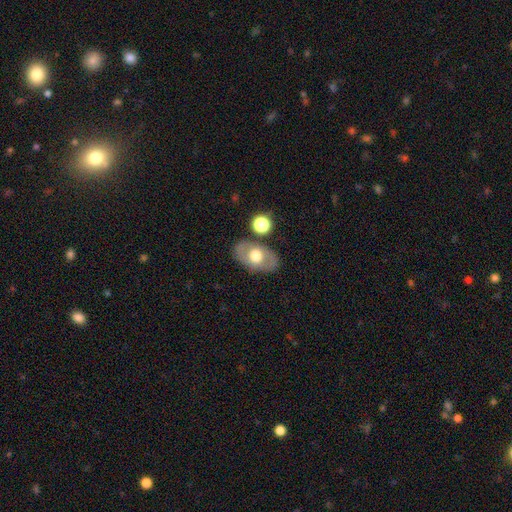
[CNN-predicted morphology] A smooth galaxy with no disk features (49%). Merging: none (79%).